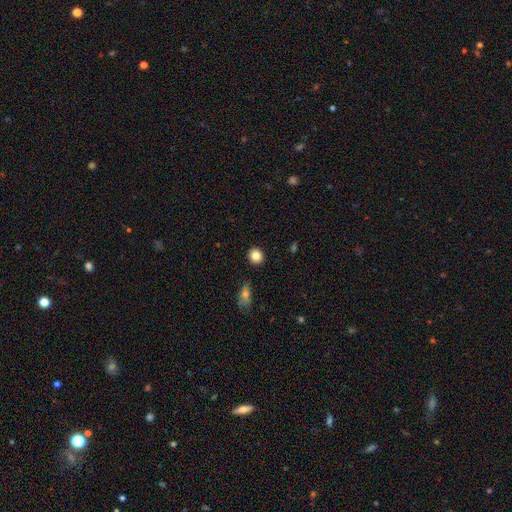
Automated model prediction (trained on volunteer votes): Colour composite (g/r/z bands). It shows a smooth galaxy with no disk features (84%) that is round (85%). Merging: none (90%).